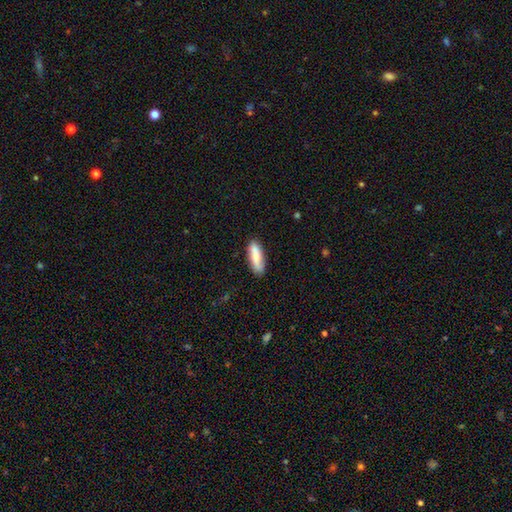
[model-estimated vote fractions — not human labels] Smooth or featured?
  - smooth: 81% *
  - featured or disk: 13%
  - star or artifact: 6%
How rounded?
  - in between: 50% *
  - cigar-shaped: 48%
  - round: 2%
Merging?
  - none: 84% *
  - minor disturbance: 12%
  - major disturbance: 2%
  - merger: 1%